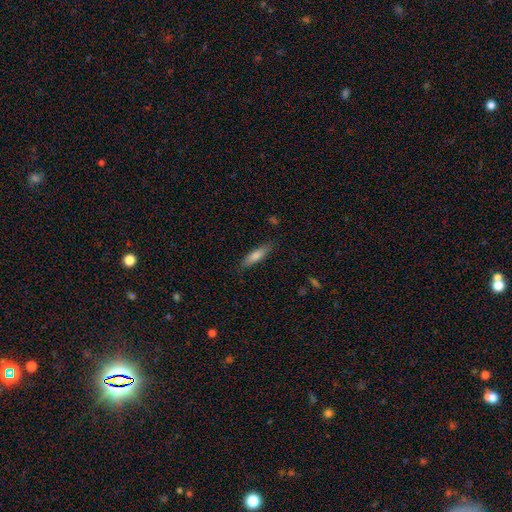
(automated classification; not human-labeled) Smooth or featured?
  - smooth: 75% *
  - featured or disk: 18%
  - star or artifact: 7%
How rounded?
  - cigar-shaped: 68% *
  - in between: 31%
  - round: 2%
Merging?
  - none: 84% *
  - minor disturbance: 12%
  - major disturbance: 3%
  - merger: 1%